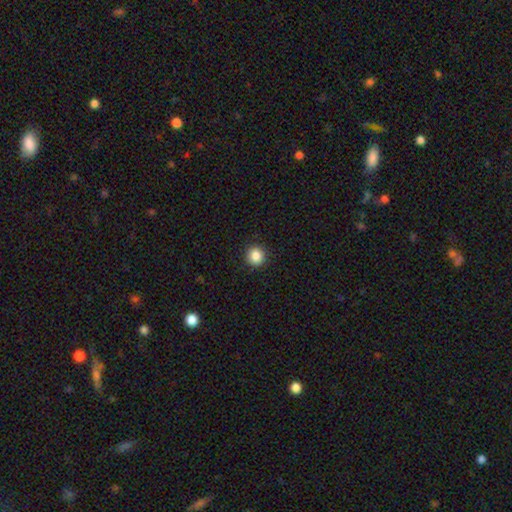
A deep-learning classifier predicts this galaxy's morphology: Overall: smooth (86%). How rounded: round (92%). Merging: none (92%).